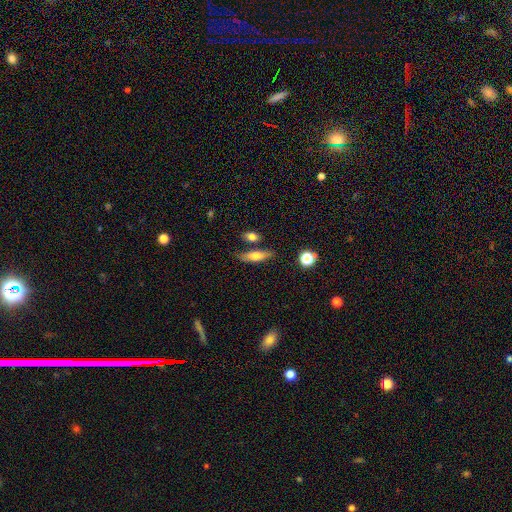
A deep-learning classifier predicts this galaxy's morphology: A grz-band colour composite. It shows a smooth galaxy with no disk features (67%) that is in between round and cigar-shaped (53%). Merging: none (70%).